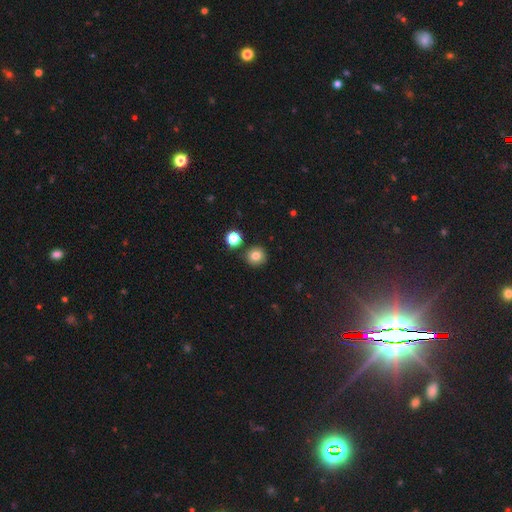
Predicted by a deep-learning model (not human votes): smooth-or-featured: smooth: 81% | star or artifact: 12% | featured or disk: 8%
  how-rounded: round: 93% | in between: 7% | cigar-shaped: 1%
  merging: none: 87% | minor disturbance: 7% | merger: 4% | major disturbance: 2%